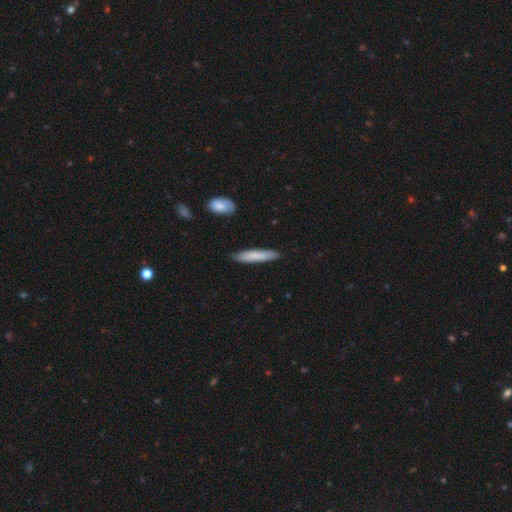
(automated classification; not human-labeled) This appears to be a smooth galaxy with no disk features (79%) that is cigar-shaped (87%). Merging: none (86%).